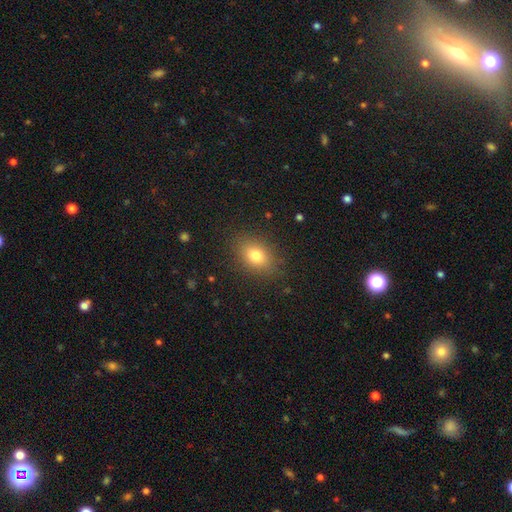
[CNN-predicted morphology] smooth-or-featured: smooth: 78% | star or artifact: 11% | featured or disk: 10%
  how-rounded: in between: 74% | round: 24% | cigar-shaped: 2%
  merging: none: 86% | minor disturbance: 10% | major disturbance: 3% | merger: 1%